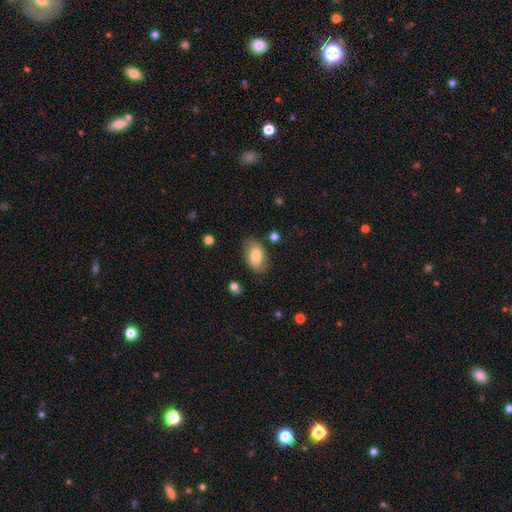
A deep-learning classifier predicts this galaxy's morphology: smooth 76%, featured or disk 17%, star or artifact 7%. Down the decision tree: how rounded — in between (90%); merging — none (77%).